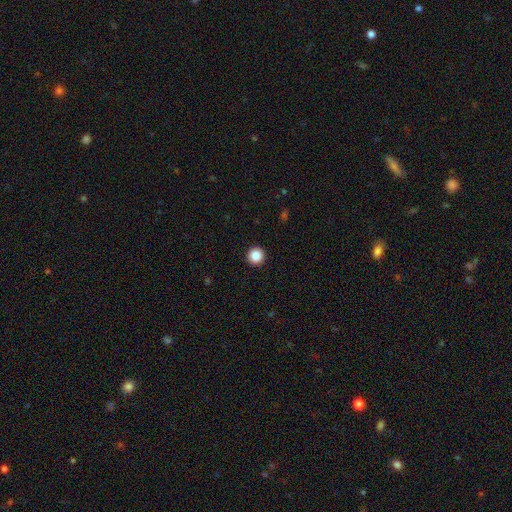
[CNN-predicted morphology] type=smooth (87%); roundness=round (96%); merging=none (94%).